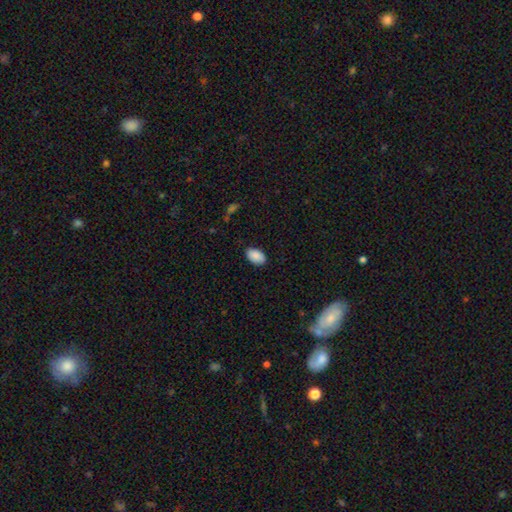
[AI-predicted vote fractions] smooth 89%, star or artifact 7%, featured or disk 4%. Down the decision tree: how rounded — in between (92%); merging — none (87%).